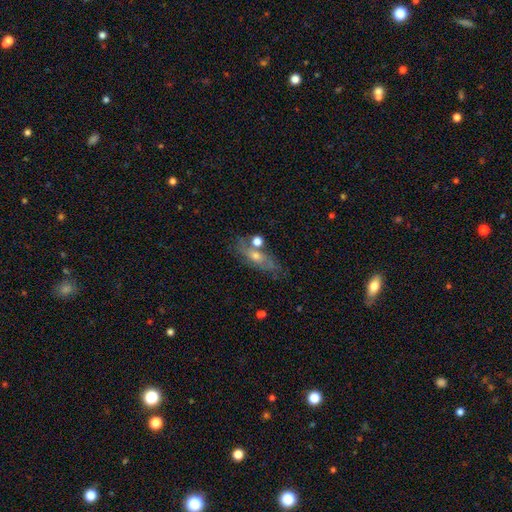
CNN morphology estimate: featured or disk 49%, smooth 40%, star or artifact 11%. Down the decision tree: merging — none (61%).